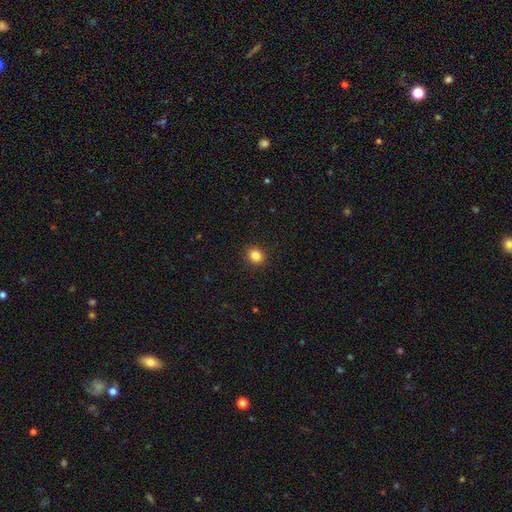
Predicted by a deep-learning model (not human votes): Smooth or featured? smooth (84%)
How rounded? round (70%)
Merging? none (91%)